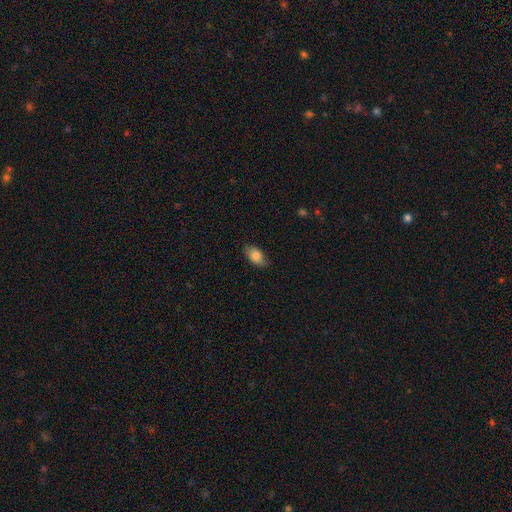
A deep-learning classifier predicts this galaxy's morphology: Overall: smooth (82%). How rounded: in between (92%). Merging: none (81%).